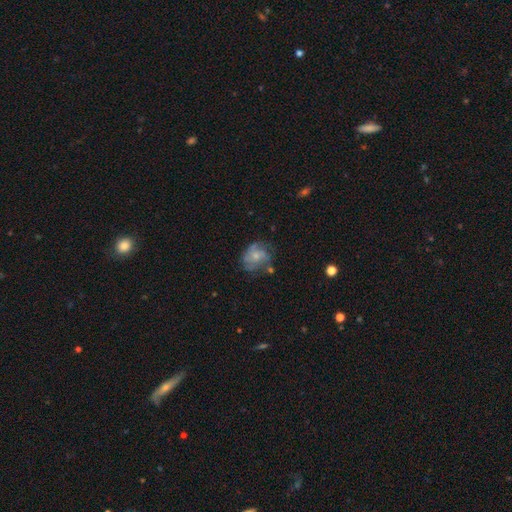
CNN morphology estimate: Smooth or featured? Predicted: featured or disk (p=0.47). Merging? Predicted: none (p=0.49).